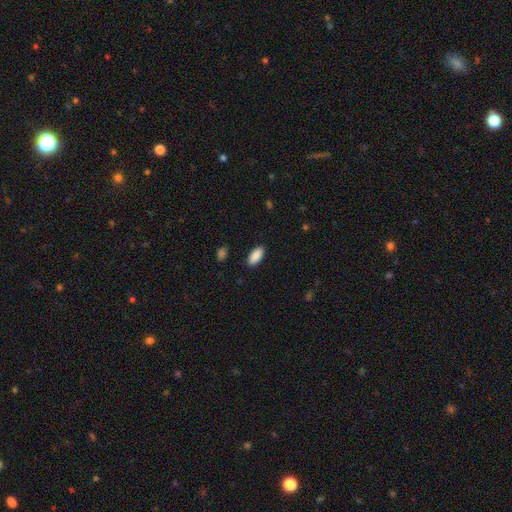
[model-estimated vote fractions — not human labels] A smooth galaxy with no disk features (90%) that is in between round and cigar-shaped (88%).

Vote fractions:
- Smooth or featured? smooth: 90% / star or artifact: 6% / featured or disk: 3%
- How rounded? in between: 88% / cigar-shaped: 10% / round: 2%
- Merging? none: 89% / minor disturbance: 8% / major disturbance: 2% / merger: 1%